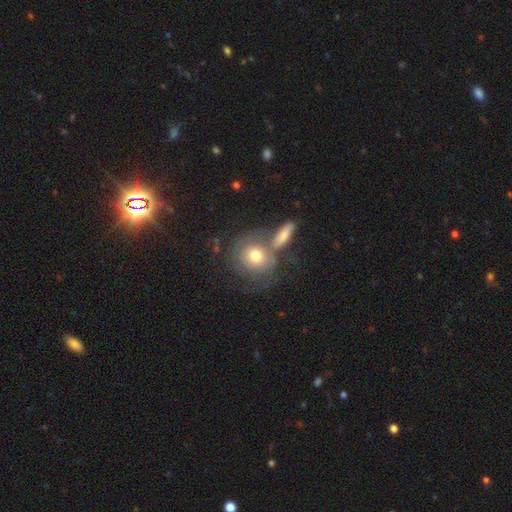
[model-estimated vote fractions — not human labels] Q: Smooth or featured?
A: smooth (60%); runner-up: featured or disk (32%)
Q: How rounded?
A: round (78%); runner-up: in between (20%)
Q: Merging?
A: none (45%); runner-up: merger (32%)